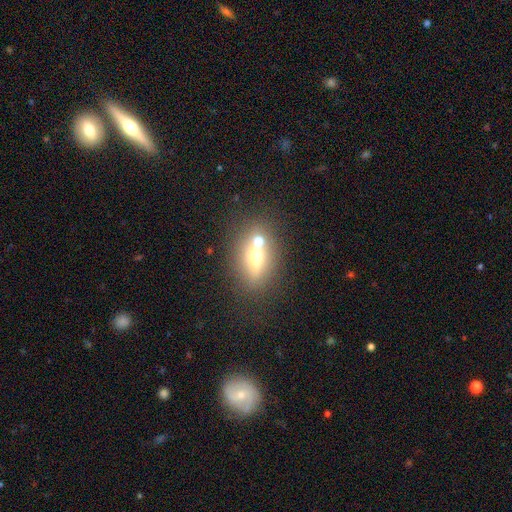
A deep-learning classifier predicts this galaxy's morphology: smooth-or-featured: smooth: 44% | featured or disk: 42% | star or artifact: 13%
  merging: none: 58% | merger: 25% | minor disturbance: 12% | major disturbance: 5%